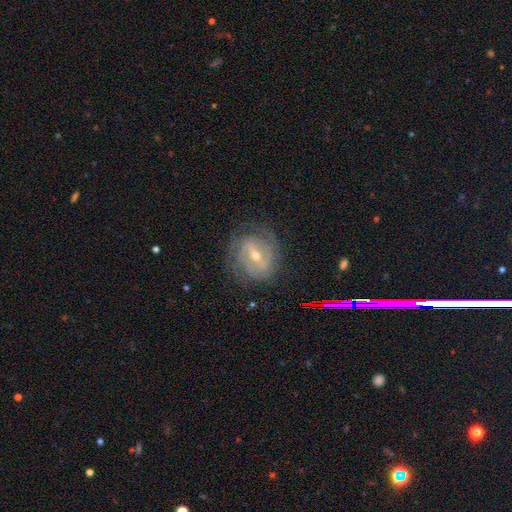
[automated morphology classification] A featured or disk galaxy (84%) with a weak bar (44%), 2 (37%) tight (61%) spiral arms (93%) and a moderate central bulge (52%).

Vote fractions:
- Smooth or featured? featured or disk: 84% / smooth: 9% / star or artifact: 8%
- Edge-on disk? no: 96% / yes: 4%
- Bar? weak: 44% / strong: 40% / no: 16%
- Spiral arms? yes: 93% / no: 7%
- Spiral winding? tight: 61% / medium: 31% / loose: 8%
- Spiral arm count? 2: 37% / can't tell: 30% / 3: 17% / 4: 7% / 1: 5% / more than 4: 4%
- Bulge size? moderate: 52% / small: 44% / large: 2% / none: 1% / dominant: 1%
- Merging? none: 76% / minor disturbance: 16% / major disturbance: 7% / merger: 1%